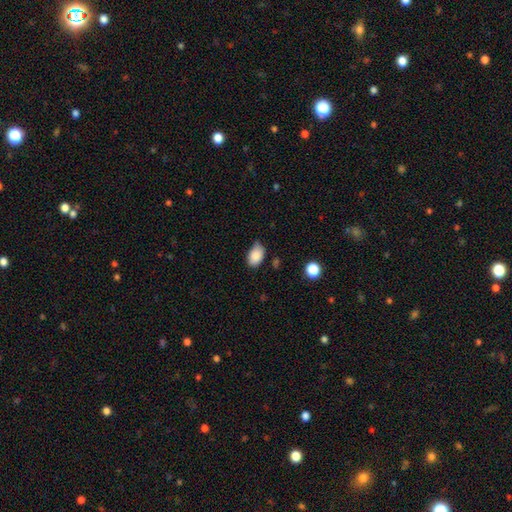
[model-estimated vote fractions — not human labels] Morphology: type=smooth (87%); roundness=in between (88%); merging=none (68%).